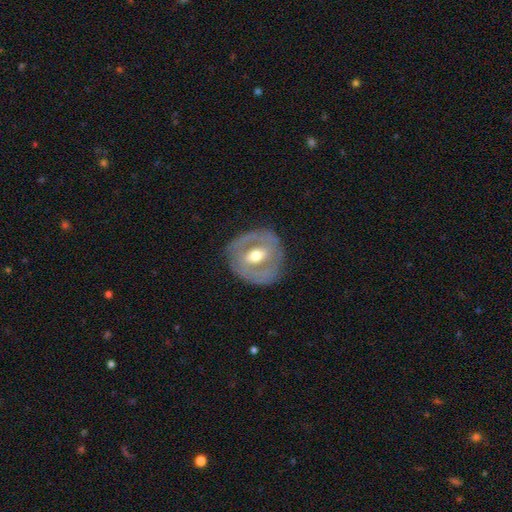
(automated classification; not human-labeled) A featured or disk galaxy (69%) with a weak bar (42%), no spiral arms (56%) and a moderate central bulge (74%). Merging: none (80%).